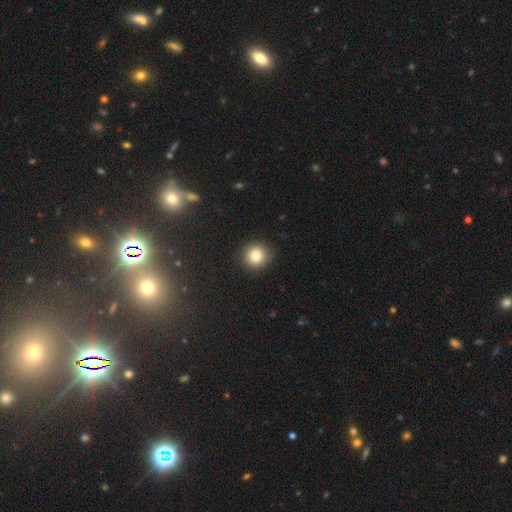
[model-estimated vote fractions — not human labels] smooth_or_featured: smooth (p=0.83) [alt: star or artifact p=0.11]
how_rounded: round (p=0.91) [alt: in between p=0.08]
merging: none (p=0.90) [alt: minor disturbance p=0.07]